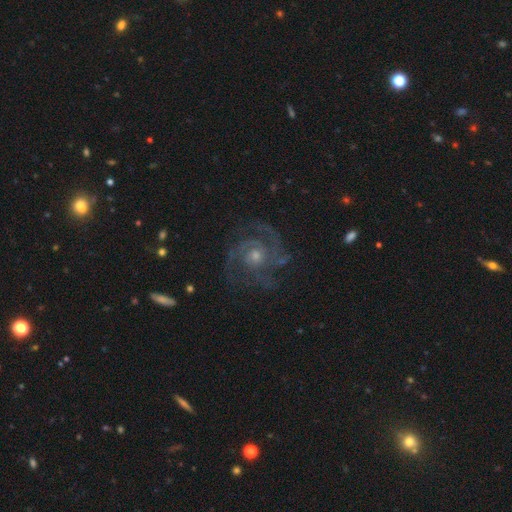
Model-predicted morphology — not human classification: This is clearly a featured or disk galaxy (89%). It is clearly not viewed edge-on (98%). Bar: likely no (76%). Spiral arm pattern: clearly yes (97%). Spiral arm count: marginally 2 (35%). Spiral winding: possibly tight (51%). Central bulge: possibly moderate (51%). Merging: likely none (73%).